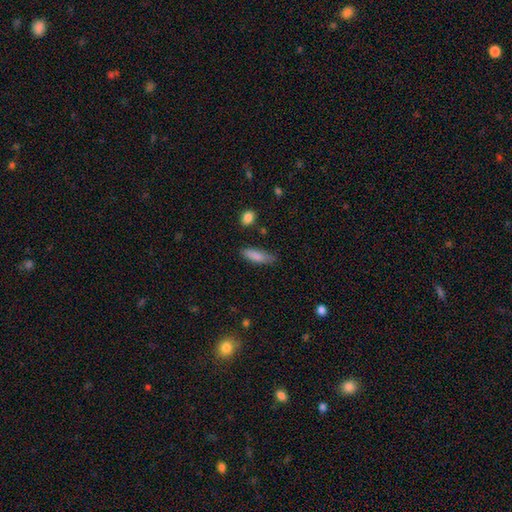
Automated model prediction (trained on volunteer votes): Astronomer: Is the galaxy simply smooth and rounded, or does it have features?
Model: smooth — 84%.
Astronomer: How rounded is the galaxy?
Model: in between — 50% (runner-up: cigar-shaped, 48%).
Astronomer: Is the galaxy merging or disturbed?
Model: none — 71%.